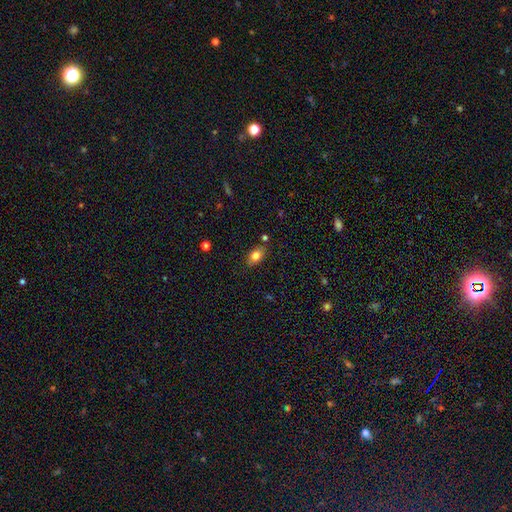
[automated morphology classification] smooth 80%, featured or disk 11%, star or artifact 9%. Down the decision tree: how rounded — in between (85%); merging — none (81%).